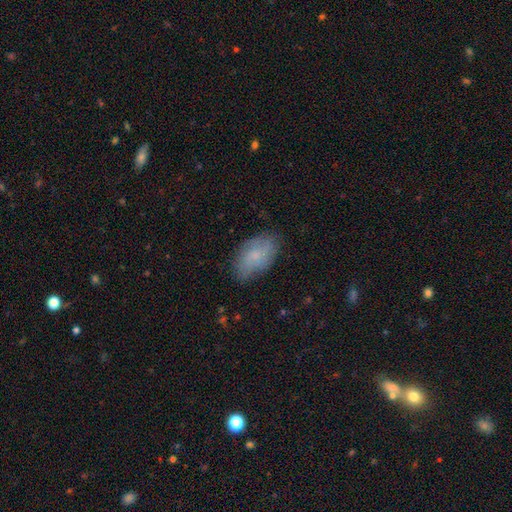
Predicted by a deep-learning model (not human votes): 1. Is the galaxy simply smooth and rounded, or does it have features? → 61% smooth, 31% featured or disk, 8% star or artifact.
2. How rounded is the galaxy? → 93% in between, 5% round, 3% cigar-shaped.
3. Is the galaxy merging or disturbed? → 75% none, 19% minor disturbance, 5% major disturbance, 1% merger.